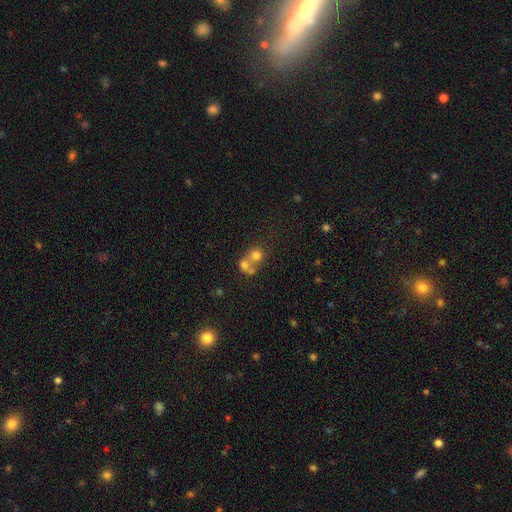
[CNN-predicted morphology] Q: Smooth or featured?
A: smooth (58%); runner-up: star or artifact (23%)
Q: How rounded?
A: round (79%); runner-up: in between (19%)
Q: Merging?
A: merger (56%); runner-up: none (34%)